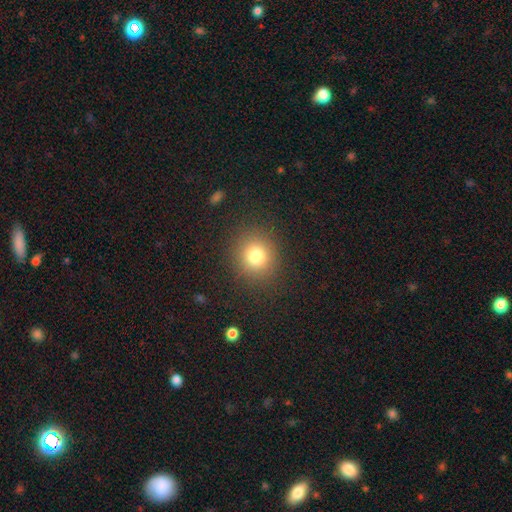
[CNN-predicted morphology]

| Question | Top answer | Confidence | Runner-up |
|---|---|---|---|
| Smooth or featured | smooth | 78% | star or artifact (14%) |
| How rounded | round | 86% | in between (13%) |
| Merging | none | 88% | minor disturbance (7%) |